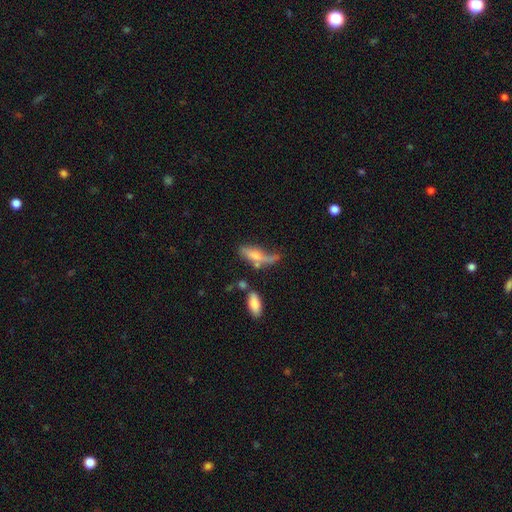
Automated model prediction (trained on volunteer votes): Smooth or featured?
  - smooth: 51% *
  - featured or disk: 38%
  - star or artifact: 11%
How rounded?
  - in between: 58% *
  - cigar-shaped: 37%
  - round: 4%
Merging?
  - none: 30% *
  - major disturbance: 29%
  - minor disturbance: 25%
  - merger: 16%